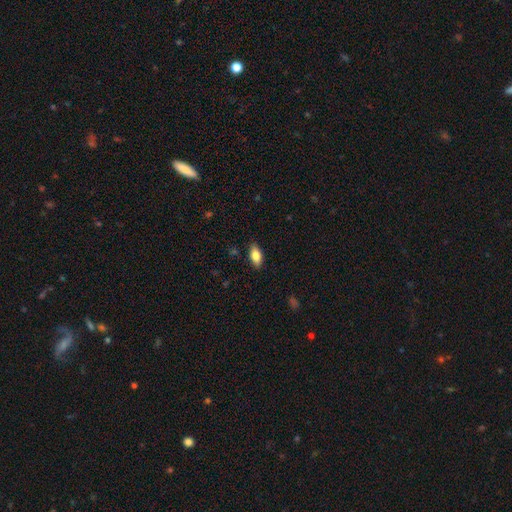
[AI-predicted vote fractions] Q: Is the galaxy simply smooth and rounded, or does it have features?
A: smooth — 80%.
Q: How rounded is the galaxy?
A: in between — 88%.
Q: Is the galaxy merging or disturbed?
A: none — 87%.